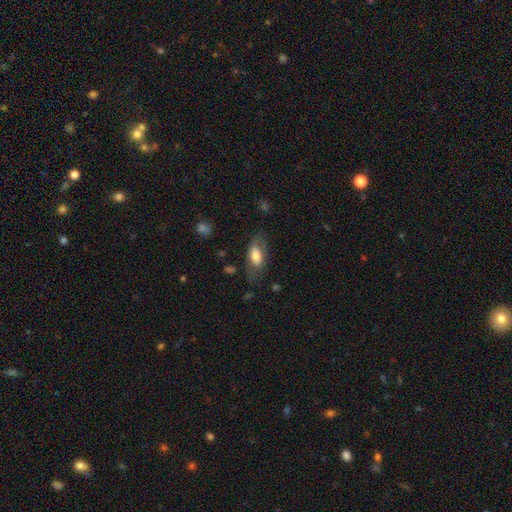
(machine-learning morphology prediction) A smooth galaxy with no disk features (68%) that is in between round and cigar-shaped (86%).

Vote fractions:
- Smooth or featured? smooth: 68% / featured or disk: 25% / star or artifact: 7%
- How rounded? in between: 86% / cigar-shaped: 11% / round: 3%
- Merging? none: 67% / minor disturbance: 20% / major disturbance: 12% / merger: 2%